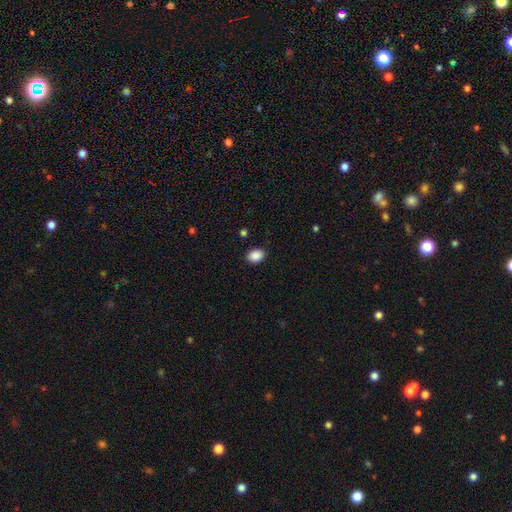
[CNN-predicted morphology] type=smooth (89%); roundness=in between (64%); merging=none (88%).